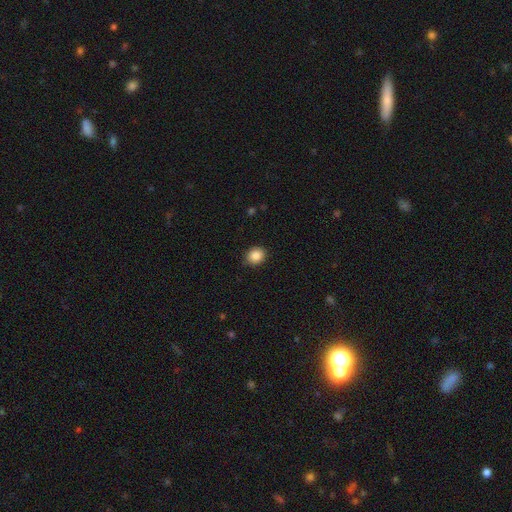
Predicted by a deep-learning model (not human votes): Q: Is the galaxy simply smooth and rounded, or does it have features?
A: smooth — 87%.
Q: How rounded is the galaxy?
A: round — 62%.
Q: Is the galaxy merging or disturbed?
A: none — 87%.